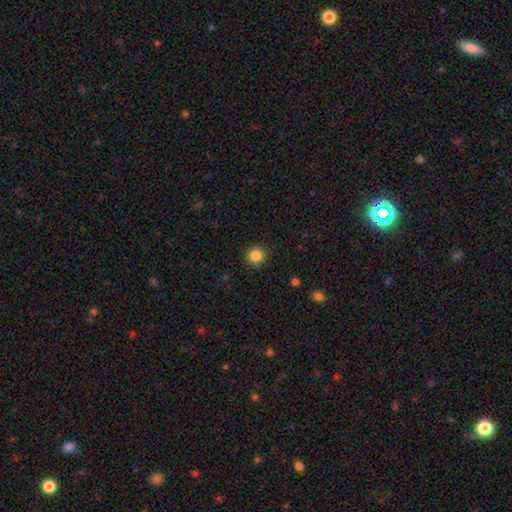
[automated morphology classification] Smooth or featured: smooth — 86% (star or artifact — 11%)
How rounded: round — 90% (in between — 9%)
Merging: none — 89% (minor disturbance — 7%)